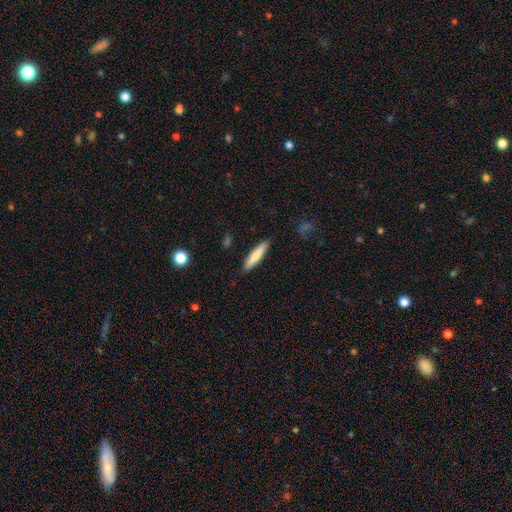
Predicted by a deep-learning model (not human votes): Morphology: type=smooth (77%); roundness=cigar-shaped (86%); merging=none (89%).